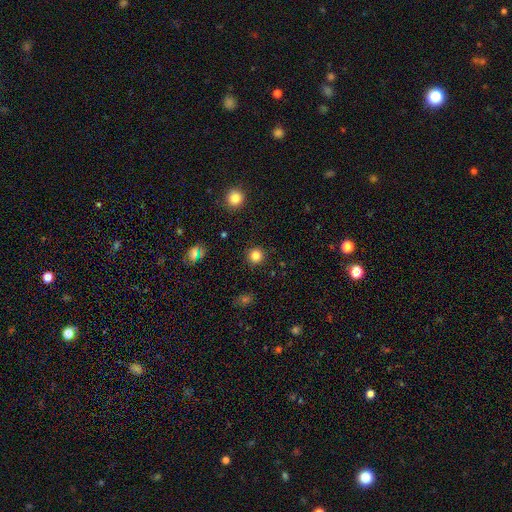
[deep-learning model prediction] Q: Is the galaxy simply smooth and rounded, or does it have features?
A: smooth — 82%.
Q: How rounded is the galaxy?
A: round — 94%.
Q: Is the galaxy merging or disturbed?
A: none — 92%.